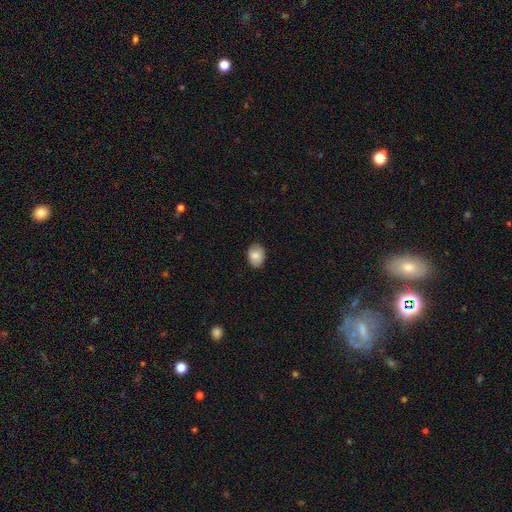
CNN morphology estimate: A smooth galaxy with no disk features (85%) that is in between round and cigar-shaped (66%).

Vote fractions:
- Smooth or featured? smooth: 85% / featured or disk: 8% / star or artifact: 7%
- How rounded? in between: 66% / round: 33% / cigar-shaped: 1%
- Merging? none: 84% / minor disturbance: 12% / major disturbance: 2% / merger: 1%